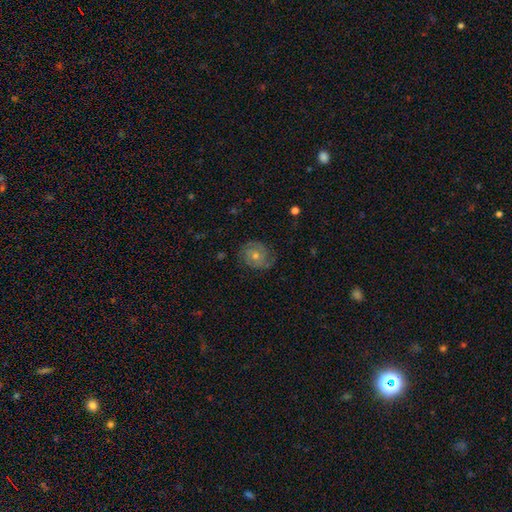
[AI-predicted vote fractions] Overall: featured or disk (66%; smooth 26%). Edge-on disk: no (97%). Bar: no (76%). Spiral arms: yes (88%). Spiral arm count: 2 (53%; can't tell 23%). Spiral winding: tight (50%; medium 37%). Bulge size: small (49%; moderate 46%). Merging: none (72%).